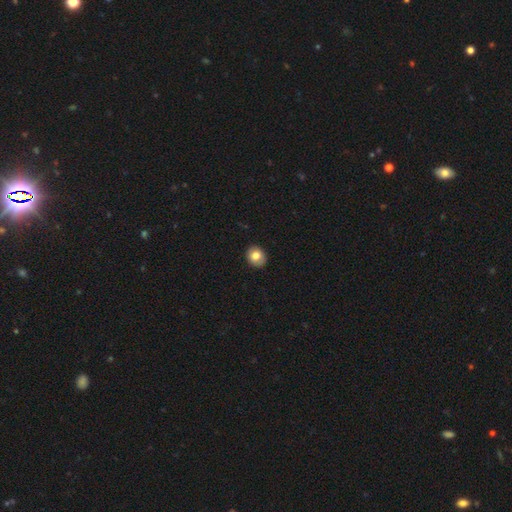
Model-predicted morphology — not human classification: type=smooth (79%); roundness=round (71%); merging=none (88%).